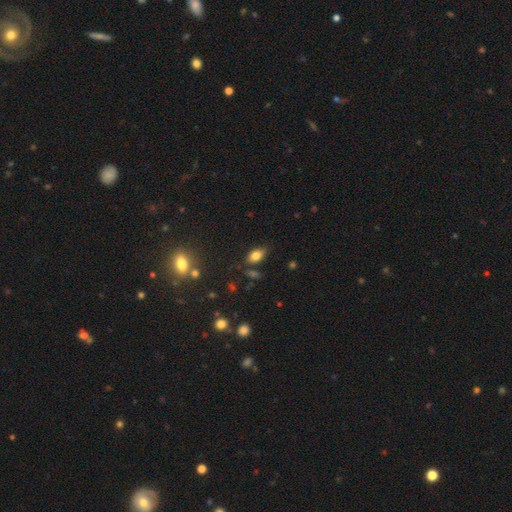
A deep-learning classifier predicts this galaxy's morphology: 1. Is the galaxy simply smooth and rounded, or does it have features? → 81% smooth, 10% star or artifact, 9% featured or disk.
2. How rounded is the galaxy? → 89% in between, 7% round, 4% cigar-shaped.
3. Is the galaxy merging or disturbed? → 78% none, 14% minor disturbance, 4% merger, 3% major disturbance.